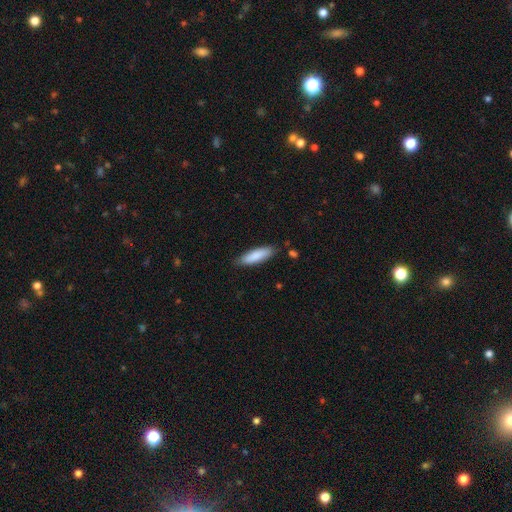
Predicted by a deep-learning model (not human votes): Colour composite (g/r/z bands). It shows a smooth galaxy with no disk features (85%) that is cigar-shaped (59%). Merging: none (83%).